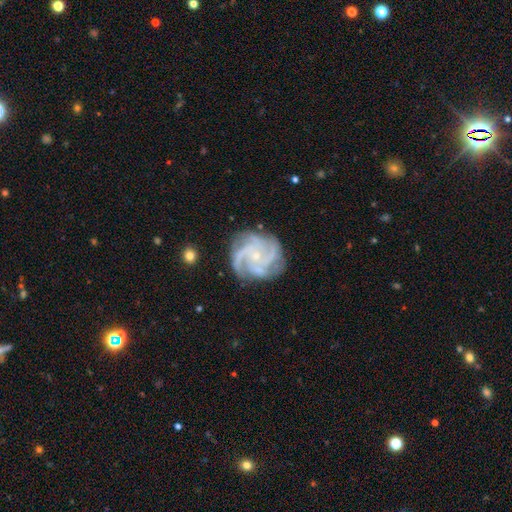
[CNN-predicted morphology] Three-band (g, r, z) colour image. It shows a featured or disk galaxy (90%) with no bar (73%), 4 (38%) tight (51%) spiral arms (98%) and a small central bulge (79%). Merging: none (76%).